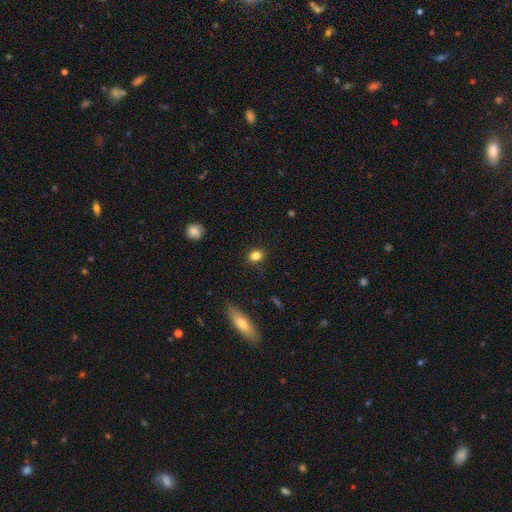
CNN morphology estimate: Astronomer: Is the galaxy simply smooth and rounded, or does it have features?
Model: smooth — 83%.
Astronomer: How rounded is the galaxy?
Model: round — 60% (runner-up: in between, 39%).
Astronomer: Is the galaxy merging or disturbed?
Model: none — 87%.